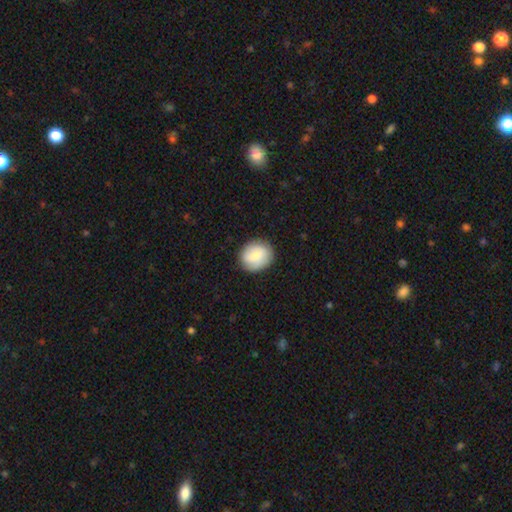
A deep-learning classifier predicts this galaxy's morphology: smooth_or_featured: smooth (p=0.79) [alt: featured or disk p=0.15]
how_rounded: round (p=0.72) [alt: in between p=0.27]
merging: none (p=0.84) [alt: minor disturbance p=0.12]